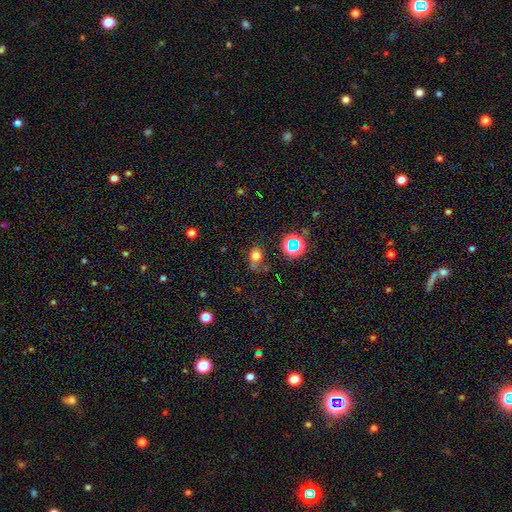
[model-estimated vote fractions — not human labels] The model was most divided on "how rounded": round: 66%, in between: 33%, cigar-shaped: 1%. More confident: smooth or featured — smooth (69%); merging — none (63%).